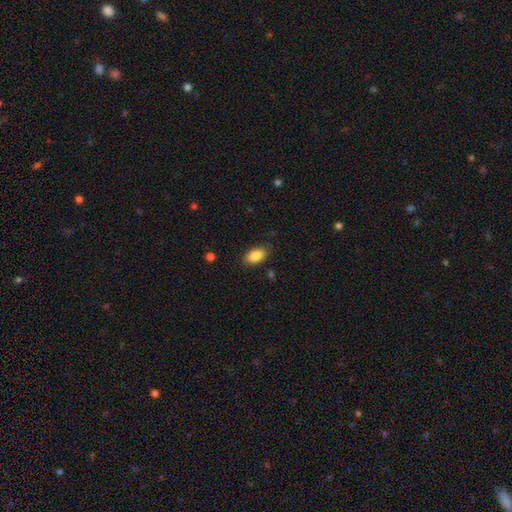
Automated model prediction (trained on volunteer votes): Overall: smooth (87%). How rounded: in between (92%). Merging: none (82%).